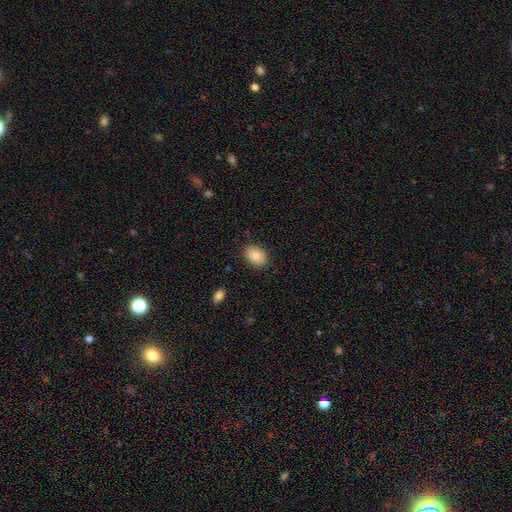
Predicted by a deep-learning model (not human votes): This appears to be a smooth galaxy with no disk features (87%) that is in between round and cigar-shaped (76%). Merging: none (86%).